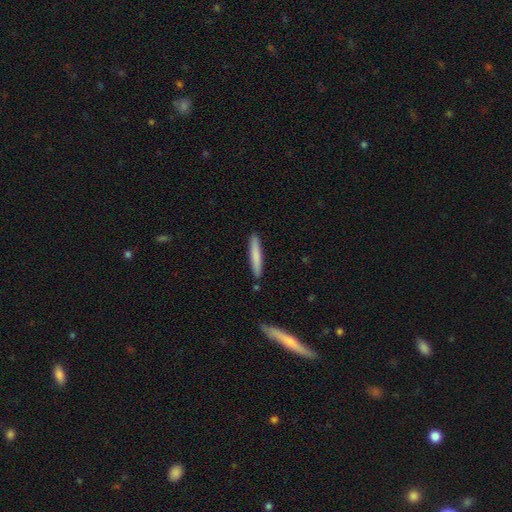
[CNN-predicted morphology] This is likely a smooth galaxy (76%). How rounded: clearly cigar-shaped (94%). Merging: clearly none (88%).